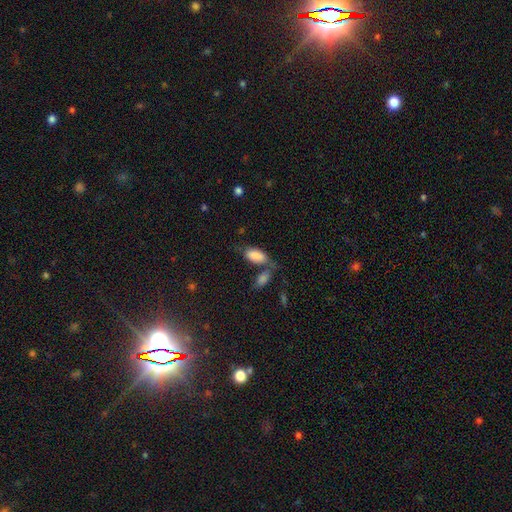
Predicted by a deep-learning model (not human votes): Smooth or featured? Predicted: smooth (p=0.85). How rounded? Predicted: in between (p=0.91). Merging? Predicted: none (p=0.39).